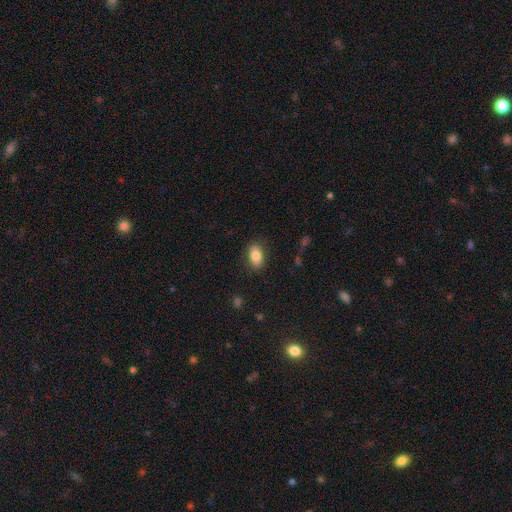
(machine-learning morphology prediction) smooth 81%, featured or disk 11%, star or artifact 8%. Down the decision tree: how rounded — in between (89%); merging — none (85%).